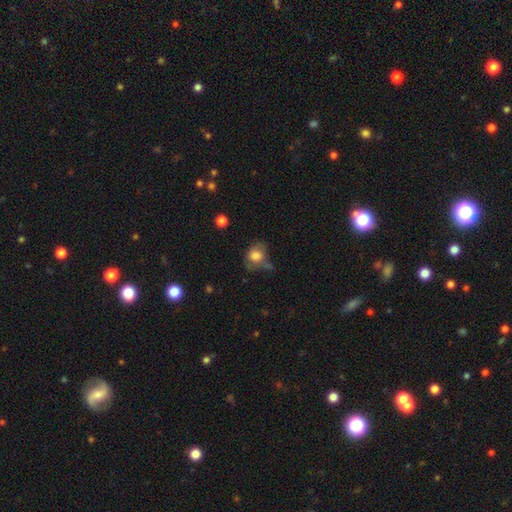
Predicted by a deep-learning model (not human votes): Smooth or featured: smooth — 75% (featured or disk — 16%)
How rounded: round — 49% (tied with in between — 49%)
Merging: none — 46% (minor disturbance — 28%)